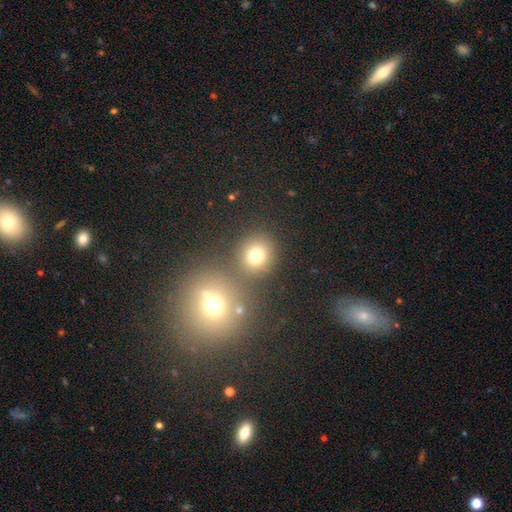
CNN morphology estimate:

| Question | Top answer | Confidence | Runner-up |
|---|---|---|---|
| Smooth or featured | smooth | 74% | star or artifact (17%) |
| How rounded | round | 85% | in between (14%) |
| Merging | none | 71% | merger (17%) |